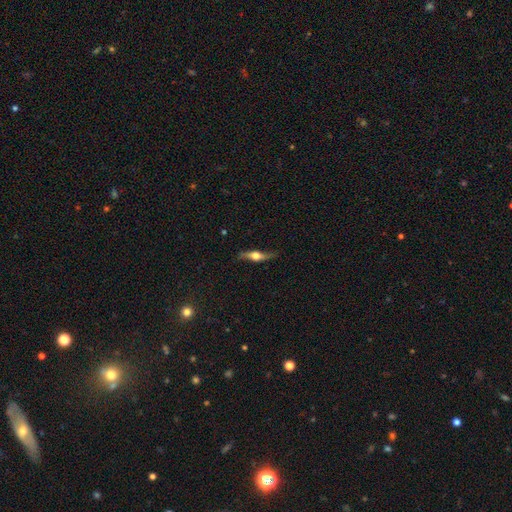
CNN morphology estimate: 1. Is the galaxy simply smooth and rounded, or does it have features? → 64% featured or disk, 30% smooth, 6% star or artifact.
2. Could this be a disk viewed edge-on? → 87% yes, 13% no.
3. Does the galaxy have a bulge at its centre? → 93% rounded, 5% boxy, 2% none.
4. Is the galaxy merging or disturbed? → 75% none, 18% minor disturbance, 5% major disturbance, 1% merger.